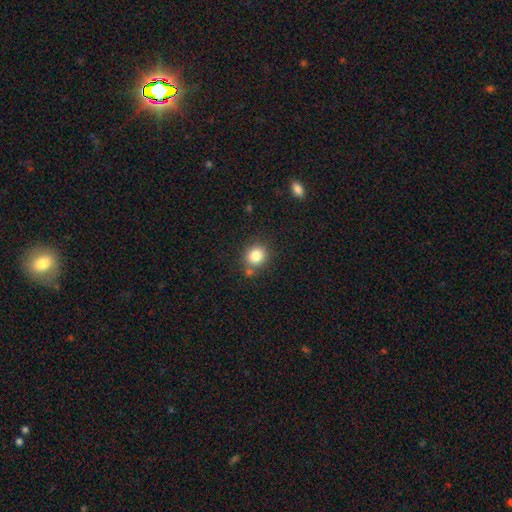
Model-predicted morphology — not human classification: Smooth or featured?
  - smooth: 83% *
  - star or artifact: 11%
  - featured or disk: 6%
How rounded?
  - round: 79% *
  - in between: 21%
  - cigar-shaped: 1%
Merging?
  - none: 76% *
  - minor disturbance: 12%
  - merger: 9%
  - major disturbance: 3%